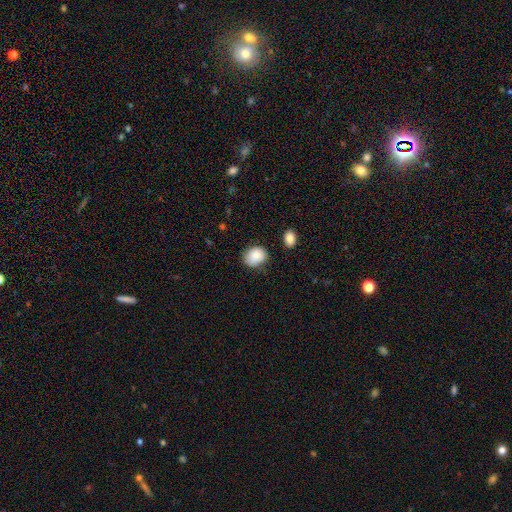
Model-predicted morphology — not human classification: type=smooth (85%); roundness=in between (55%); merging=none (74%).